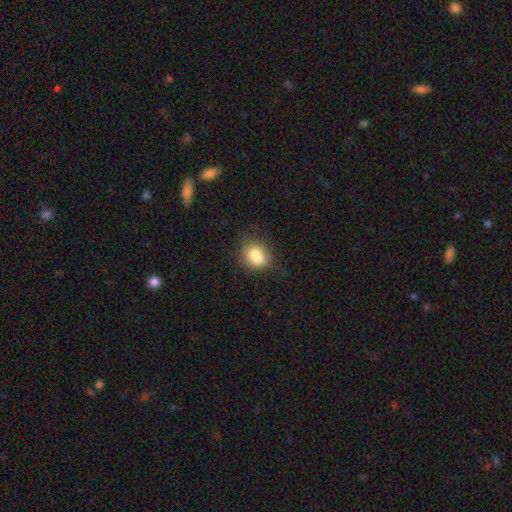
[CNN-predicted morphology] Smooth or featured: smooth — 76% (featured or disk — 14%)
How rounded: round — 51% (in between — 47%)
Merging: none — 46% (merger — 28%)